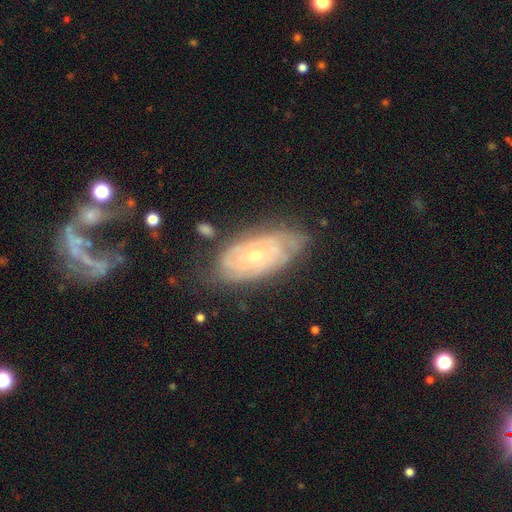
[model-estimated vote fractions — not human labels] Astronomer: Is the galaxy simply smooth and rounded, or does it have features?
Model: featured or disk — 75%.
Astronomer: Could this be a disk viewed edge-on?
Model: no — 93%.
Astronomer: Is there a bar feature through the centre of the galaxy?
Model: no — 75%.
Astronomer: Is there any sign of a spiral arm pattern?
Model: yes — 89%.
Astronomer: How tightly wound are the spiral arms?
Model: tight — 74%.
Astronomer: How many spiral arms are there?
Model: can't tell — 53%.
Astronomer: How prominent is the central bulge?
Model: small — 65%.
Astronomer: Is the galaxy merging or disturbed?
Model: none — 69%.